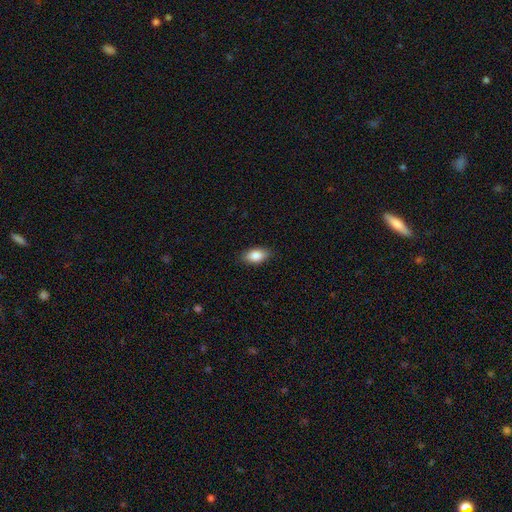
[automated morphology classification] A smooth galaxy with no disk features (86%) that is in between round and cigar-shaped (91%).

Vote fractions:
- Smooth or featured? smooth: 86% / featured or disk: 7% / star or artifact: 7%
- How rounded? in between: 91% / round: 5% / cigar-shaped: 3%
- Merging? none: 87% / minor disturbance: 9% / major disturbance: 2% / merger: 1%